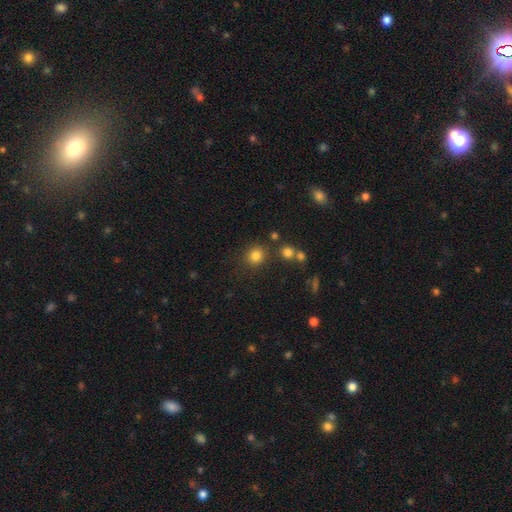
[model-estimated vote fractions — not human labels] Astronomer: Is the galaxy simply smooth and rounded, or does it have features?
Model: smooth — 81%.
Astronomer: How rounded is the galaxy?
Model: round — 83%.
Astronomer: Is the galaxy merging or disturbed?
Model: none — 81%.